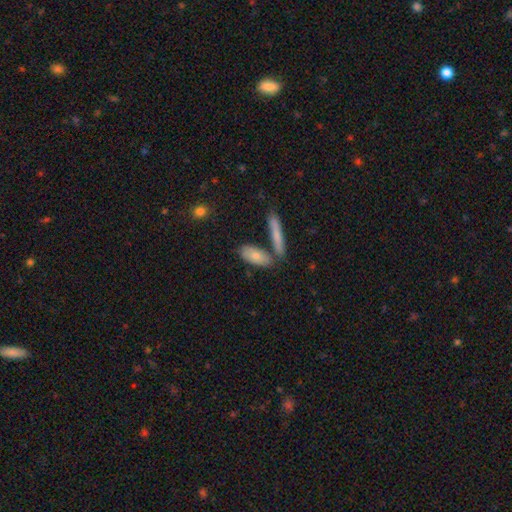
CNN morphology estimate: type=smooth (76%); roundness=in between (71%); merging=none (61%).